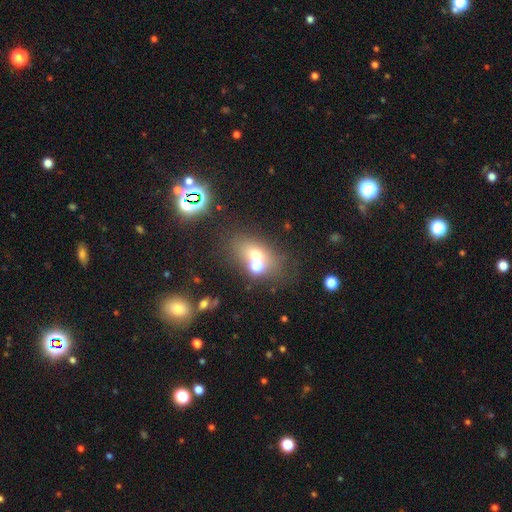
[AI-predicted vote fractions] smooth 57%, featured or disk 22%, star or artifact 21%. Down the decision tree: how rounded — in between (59%); merging — none (46%).